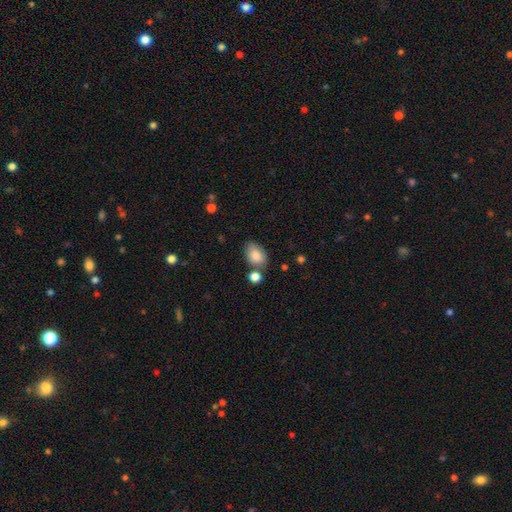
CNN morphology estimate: A smooth galaxy with no disk features (84%) that is in between round and cigar-shaped (85%).

Vote fractions:
- Smooth or featured? smooth: 84% / featured or disk: 9% / star or artifact: 8%
- How rounded? in between: 85% / round: 14% / cigar-shaped: 1%
- Merging? none: 63% / minor disturbance: 20% / merger: 12% / major disturbance: 5%